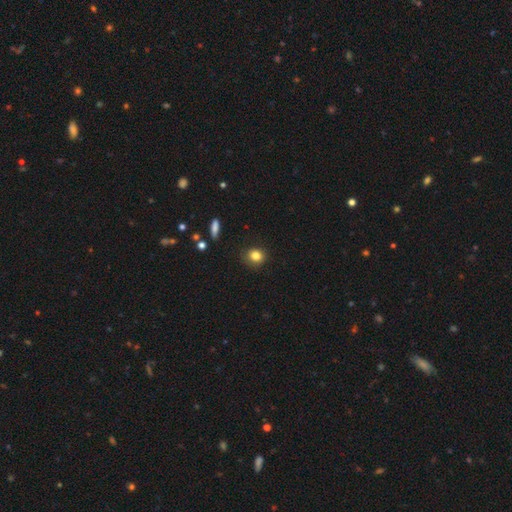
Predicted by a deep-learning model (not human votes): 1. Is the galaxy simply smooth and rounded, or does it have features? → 82% smooth, 11% star or artifact, 7% featured or disk.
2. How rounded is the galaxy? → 76% round, 23% in between, 1% cigar-shaped.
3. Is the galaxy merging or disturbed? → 83% none, 13% minor disturbance, 3% major disturbance, 1% merger.